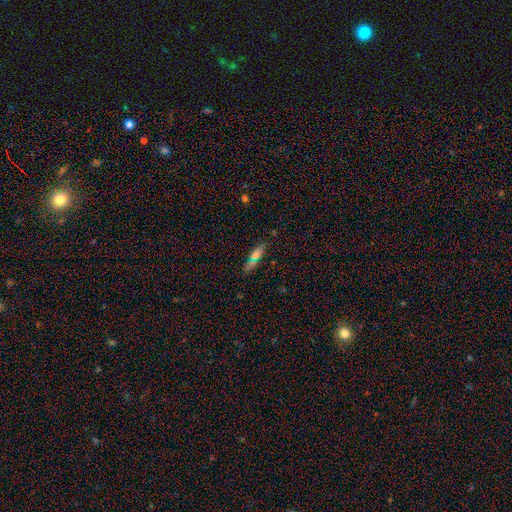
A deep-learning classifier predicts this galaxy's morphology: This is likely a smooth galaxy (67%). How rounded: possibly cigar-shaped (60%). Merging: clearly none (84%).